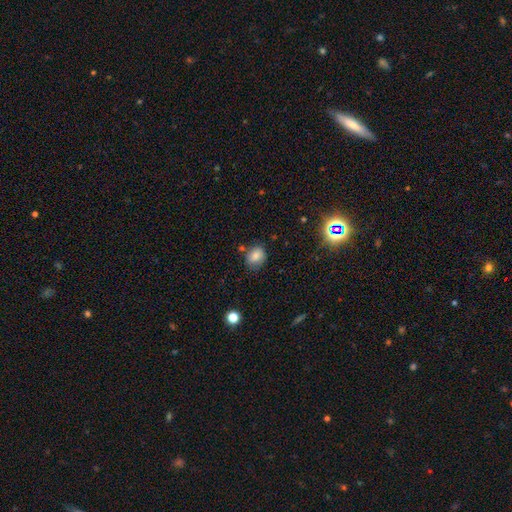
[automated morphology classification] type=smooth (79%); roundness=round (53%); merging=none (71%).